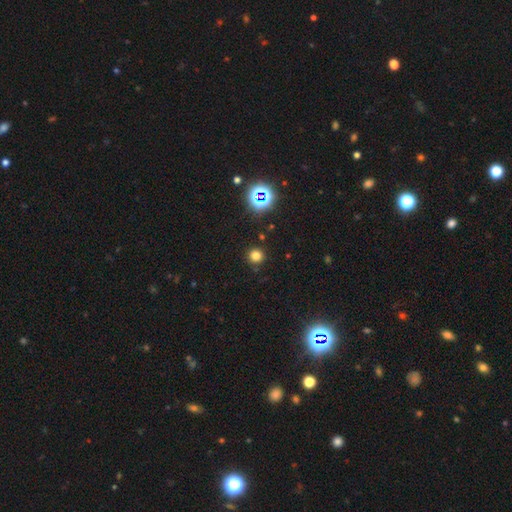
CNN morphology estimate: A smooth galaxy with no disk features (74%) that is round (94%).

Vote fractions:
- Smooth or featured? smooth: 74% / star or artifact: 20% / featured or disk: 5%
- How rounded? round: 94% / in between: 5% / cigar-shaped: 1%
- Merging? none: 90% / minor disturbance: 6% / major disturbance: 2% / merger: 2%